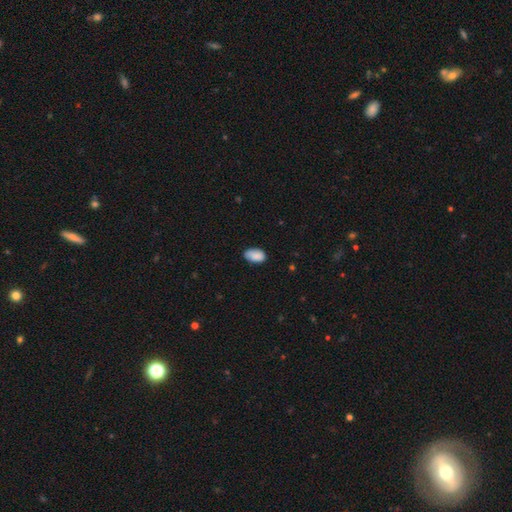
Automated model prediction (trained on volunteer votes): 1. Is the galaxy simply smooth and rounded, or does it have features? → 87% smooth, 7% star or artifact, 6% featured or disk.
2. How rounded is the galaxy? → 93% in between, 6% round, 2% cigar-shaped.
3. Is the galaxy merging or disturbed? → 71% none, 24% minor disturbance, 4% major disturbance, 2% merger.